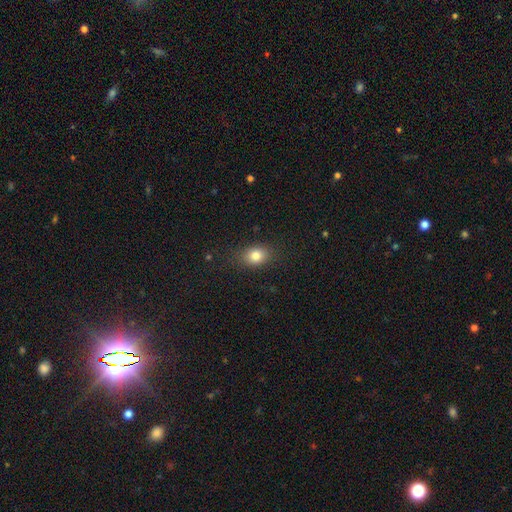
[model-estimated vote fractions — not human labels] Smooth or featured: smooth — 82% (star or artifact — 11%)
How rounded: in between — 61% (round — 37%)
Merging: none — 84% (minor disturbance — 11%)